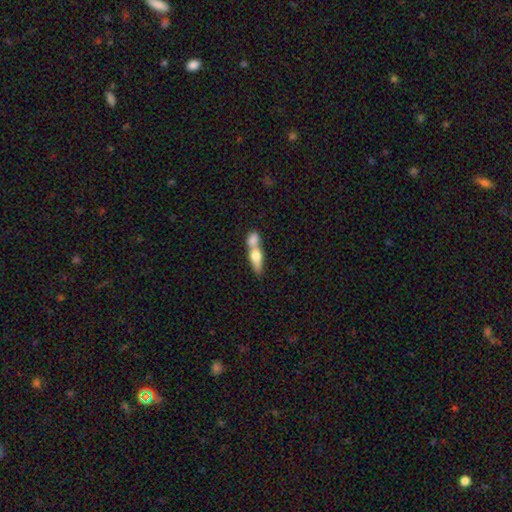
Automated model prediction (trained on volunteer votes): A smooth galaxy with no disk features (60%) that is in between round and cigar-shaped (49%). Merging: merger (70%).